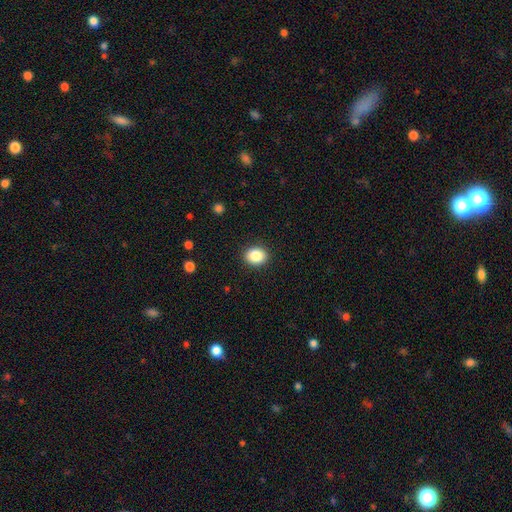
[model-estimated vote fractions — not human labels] Smooth or featured? Predicted: smooth (p=0.86). How rounded? Predicted: round (p=0.63). Merging? Predicted: none (p=0.91).